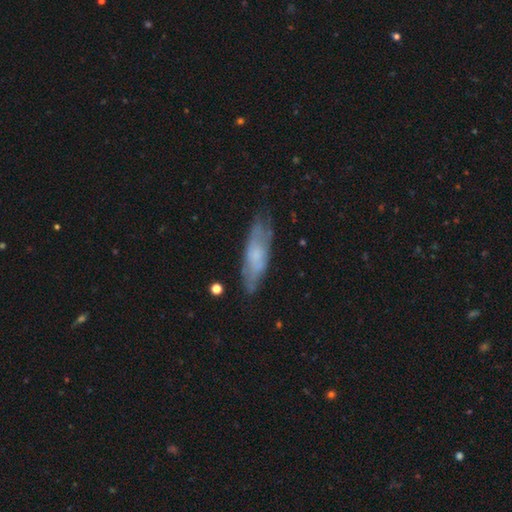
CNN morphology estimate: smooth-or-featured: smooth: 47% | featured or disk: 45% | star or artifact: 7%
  merging: none: 71% | minor disturbance: 21% | major disturbance: 6% | merger: 2%